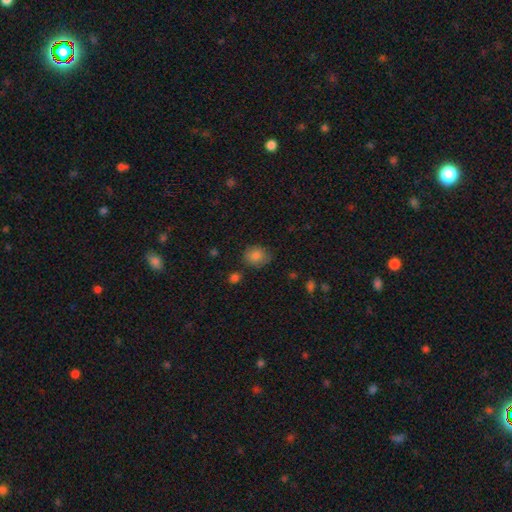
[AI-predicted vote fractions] Smooth or featured? Predicted: smooth (p=0.83). How rounded? Predicted: round (p=0.57). Merging? Predicted: none (p=0.73).